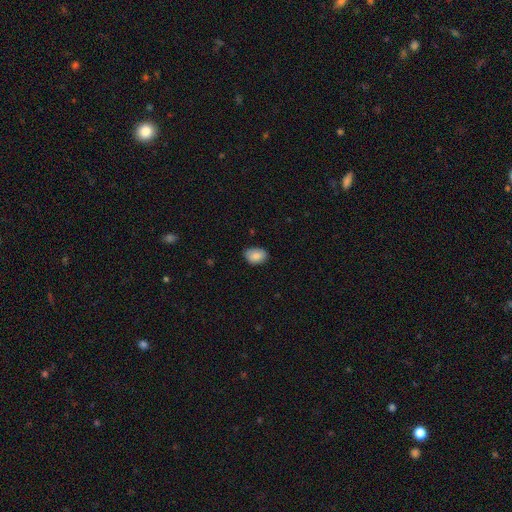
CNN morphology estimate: This appears to be a smooth galaxy with no disk features (86%) that is in between round and cigar-shaped (82%). Merging: none (80%).